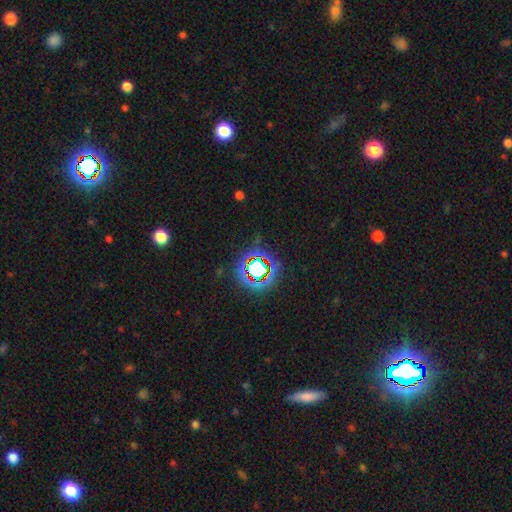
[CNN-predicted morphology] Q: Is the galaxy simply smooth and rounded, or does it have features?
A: star or artifact — 79%.